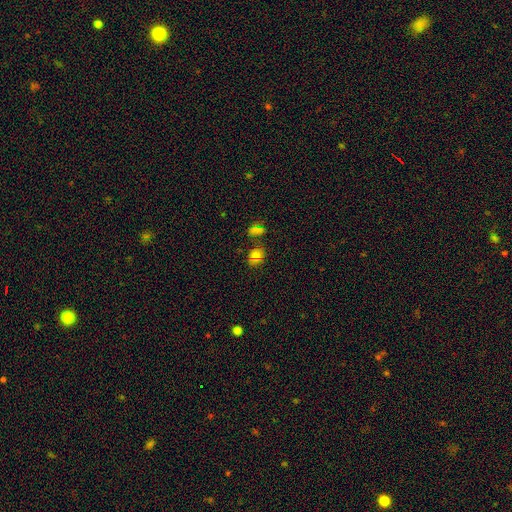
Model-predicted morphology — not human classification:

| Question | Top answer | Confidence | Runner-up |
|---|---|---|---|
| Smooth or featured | smooth | 75% | star or artifact (14%) |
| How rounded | in between | 51% | round (48%) |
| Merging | none | 76% | minor disturbance (14%) |